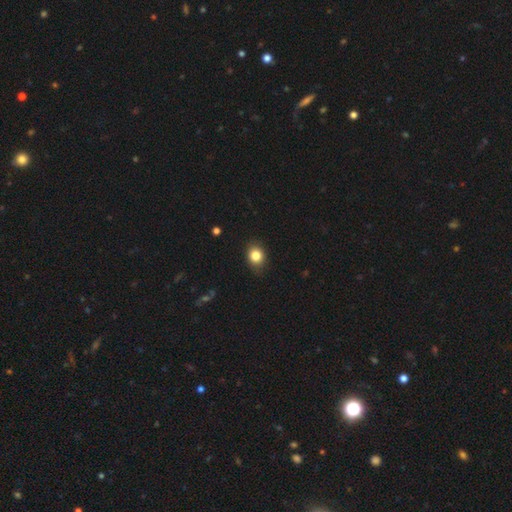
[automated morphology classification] smooth 84%, star or artifact 10%, featured or disk 6%. Down the decision tree: how rounded — round (55%); merging — none (84%).